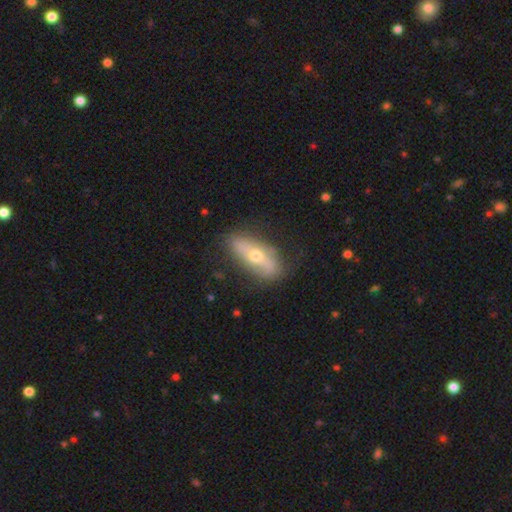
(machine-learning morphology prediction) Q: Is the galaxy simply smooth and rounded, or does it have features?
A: featured or disk — 57%.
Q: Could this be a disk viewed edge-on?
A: no — 53%.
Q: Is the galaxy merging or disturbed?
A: none — 77%.